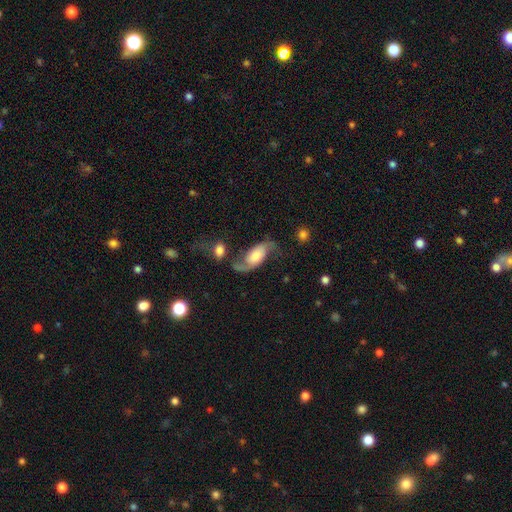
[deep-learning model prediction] This is likely a featured or disk galaxy (75%). It is clearly not viewed edge-on (94%). Bar: possibly no (57%). Spiral arm pattern: clearly yes (94%). Spiral arm count: clearly 2 (90%). Spiral winding: likely loose (72%). Central bulge: marginally moderate (34%). Merging: possibly none (50%).